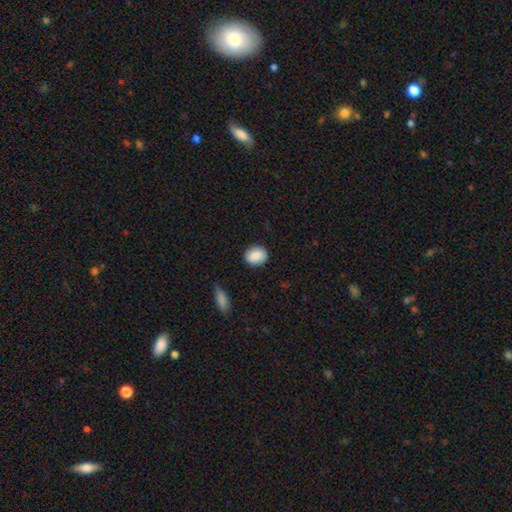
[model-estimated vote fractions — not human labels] Q: Smooth or featured?
A: smooth (86%); runner-up: star or artifact (7%)
Q: How rounded?
A: round (58%); runner-up: in between (41%)
Q: Merging?
A: none (86%); runner-up: minor disturbance (10%)